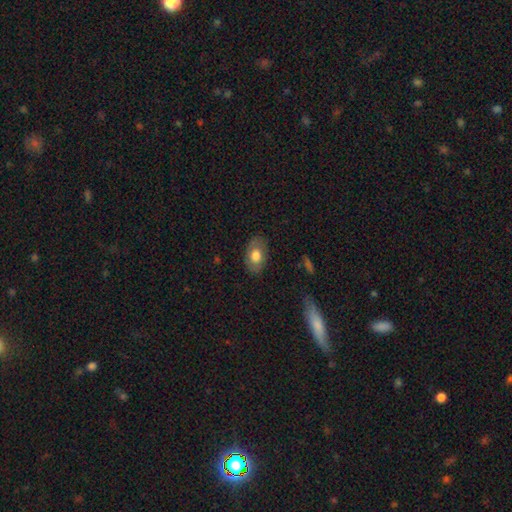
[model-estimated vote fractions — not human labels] Smooth or featured?
  - smooth: 73% *
  - featured or disk: 20%
  - star or artifact: 7%
How rounded?
  - in between: 88% *
  - round: 11%
  - cigar-shaped: 1%
Merging?
  - none: 82% *
  - minor disturbance: 14%
  - major disturbance: 3%
  - merger: 1%